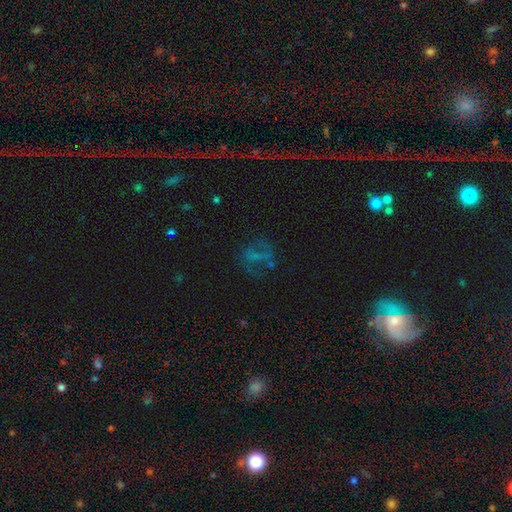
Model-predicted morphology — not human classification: Smooth or featured?
  - featured or disk: 43% *
  - smooth: 29%
  - star or artifact: 29%
Merging?
  - none: 52% *
  - major disturbance: 26%
  - minor disturbance: 18%
  - merger: 4%